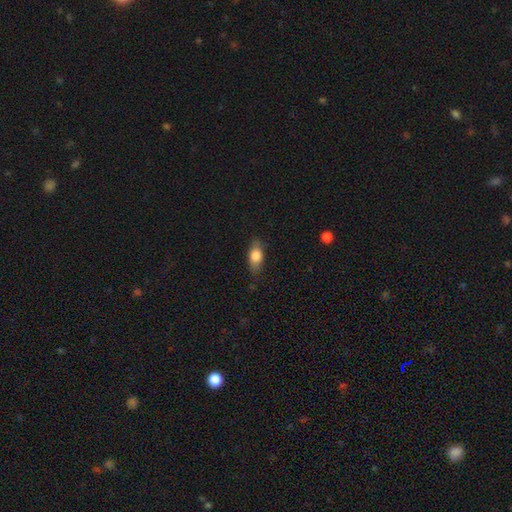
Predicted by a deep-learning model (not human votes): Smooth or featured? Predicted: smooth (p=0.76). How rounded? Predicted: in between (p=0.81). Merging? Predicted: none (p=0.80).